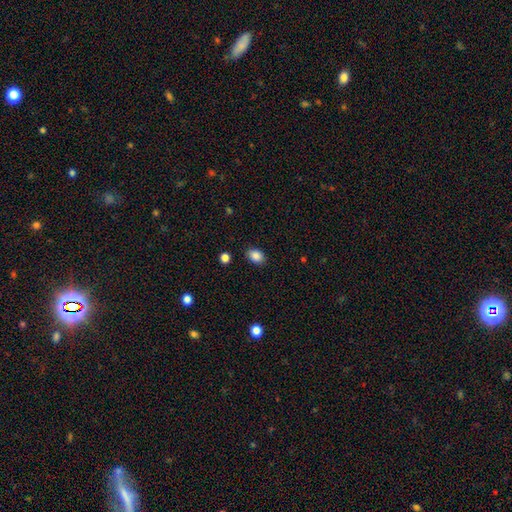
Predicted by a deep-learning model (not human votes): A smooth galaxy with no disk features (87%) that is in between round and cigar-shaped (74%). Merging: none (86%).